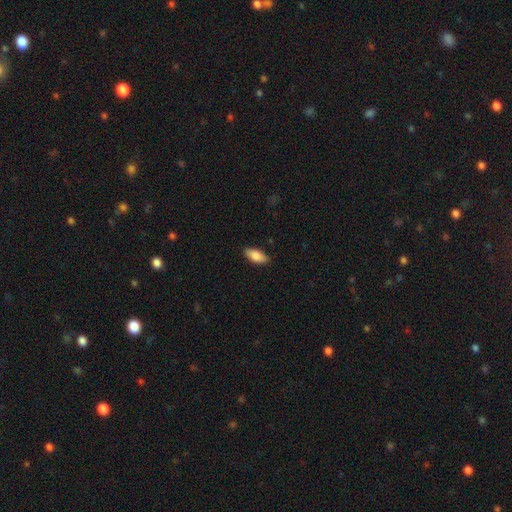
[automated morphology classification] type=smooth (83%); roundness=in between (87%); merging=none (87%).